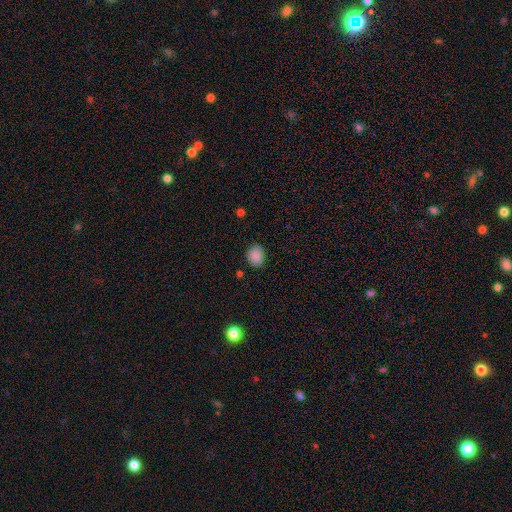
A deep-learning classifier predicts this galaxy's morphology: Q: Smooth or featured?
A: smooth (87%); runner-up: star or artifact (9%)
Q: How rounded?
A: in between (52%); runner-up: round (47%)
Q: Merging?
A: none (84%); runner-up: minor disturbance (12%)